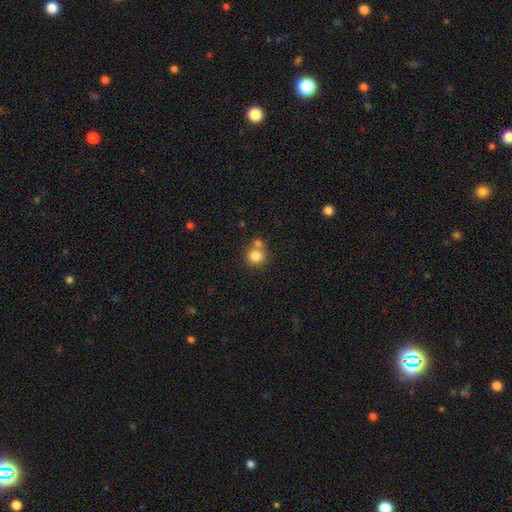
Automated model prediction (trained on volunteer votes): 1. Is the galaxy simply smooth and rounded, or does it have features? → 80% smooth, 10% star or artifact, 10% featured or disk.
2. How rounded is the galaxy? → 87% round, 12% in between, 1% cigar-shaped.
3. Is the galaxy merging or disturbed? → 51% none, 37% merger, 9% minor disturbance, 3% major disturbance.